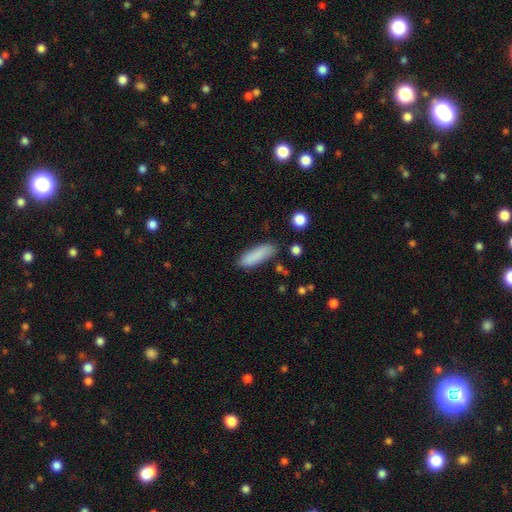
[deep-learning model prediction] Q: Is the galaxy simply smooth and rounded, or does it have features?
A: smooth — 87%.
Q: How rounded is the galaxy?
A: cigar-shaped — 50%.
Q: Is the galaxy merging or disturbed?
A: none — 81%.